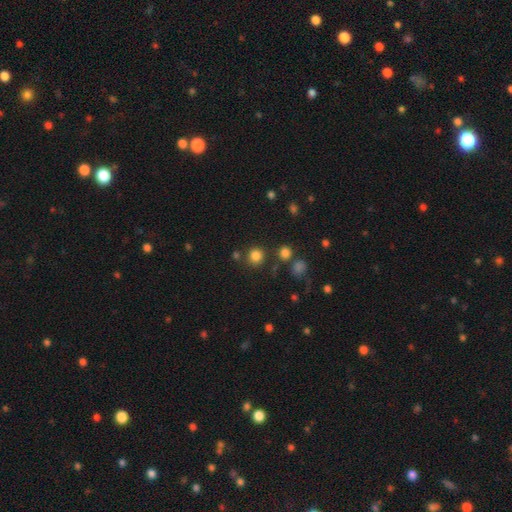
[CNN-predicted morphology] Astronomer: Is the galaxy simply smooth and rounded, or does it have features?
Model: smooth — 80%.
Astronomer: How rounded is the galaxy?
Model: round — 90%.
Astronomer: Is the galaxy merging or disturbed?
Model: none — 82%.